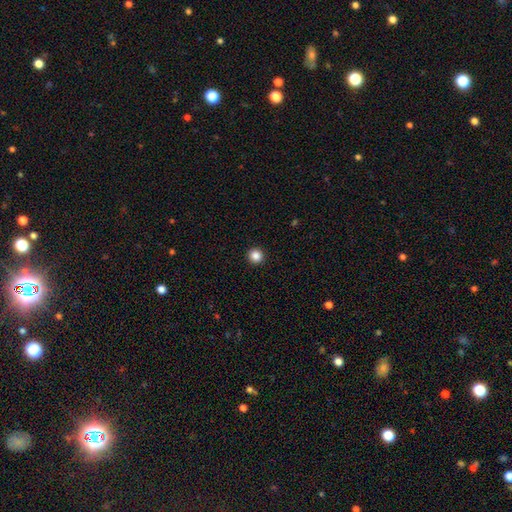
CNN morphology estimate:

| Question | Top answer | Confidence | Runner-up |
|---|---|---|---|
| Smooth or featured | smooth | 86% | star or artifact (11%) |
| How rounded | round | 96% | in between (3%) |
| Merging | none | 94% | minor disturbance (4%) |